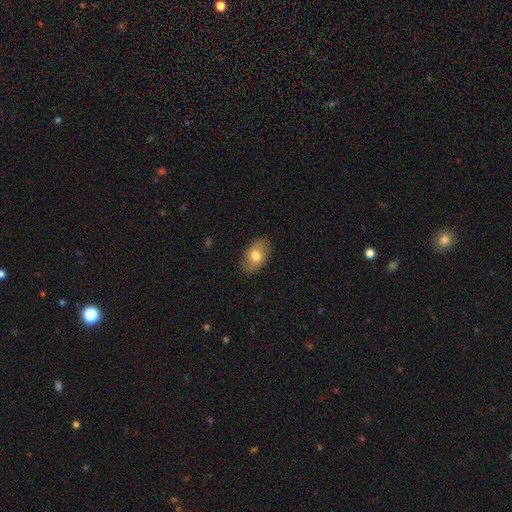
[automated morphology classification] Q: Smooth or featured?
A: smooth (72%); runner-up: featured or disk (21%)
Q: How rounded?
A: in between (91%); runner-up: round (8%)
Q: Merging?
A: none (86%); runner-up: minor disturbance (11%)